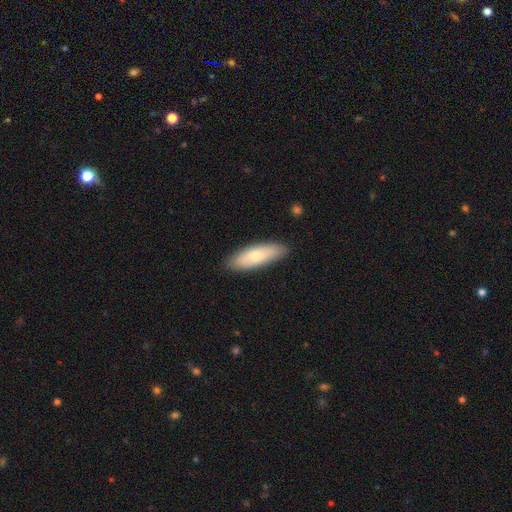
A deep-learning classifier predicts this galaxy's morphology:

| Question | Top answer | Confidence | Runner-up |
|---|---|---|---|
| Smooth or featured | smooth | 71% | featured or disk (23%) |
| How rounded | in between | 59% | cigar-shaped (39%) |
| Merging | none | 87% | minor disturbance (10%) |